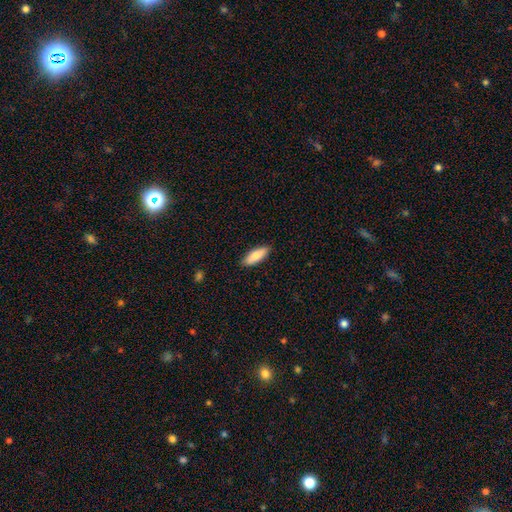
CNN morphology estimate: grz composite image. It shows a smooth galaxy with no disk features (84%) that is in between round and cigar-shaped (62%). Merging: none (88%).